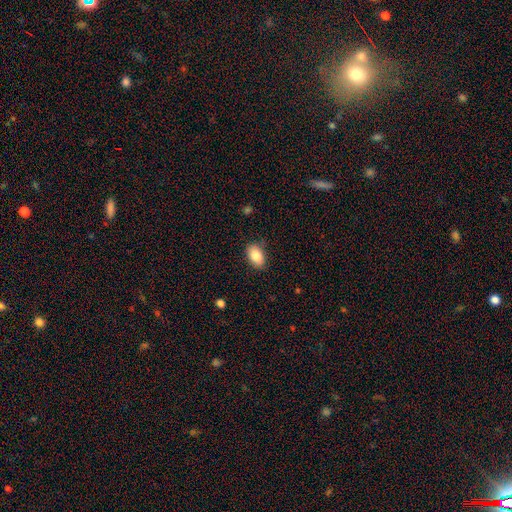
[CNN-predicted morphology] A smooth galaxy with no disk features (85%) that is in between round and cigar-shaped (90%).

Vote fractions:
- Smooth or featured? smooth: 85% / featured or disk: 7% / star or artifact: 7%
- How rounded? in between: 90% / round: 9% / cigar-shaped: 2%
- Merging? none: 83% / minor disturbance: 13% / major disturbance: 3% / merger: 1%